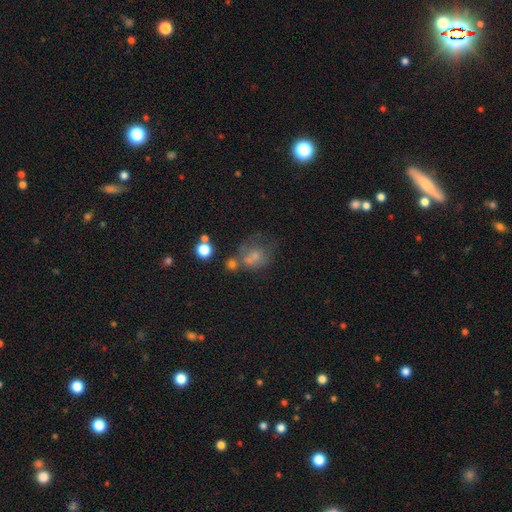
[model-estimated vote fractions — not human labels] This appears to be a smooth galaxy with no disk features (47%). Merging: none (45%).